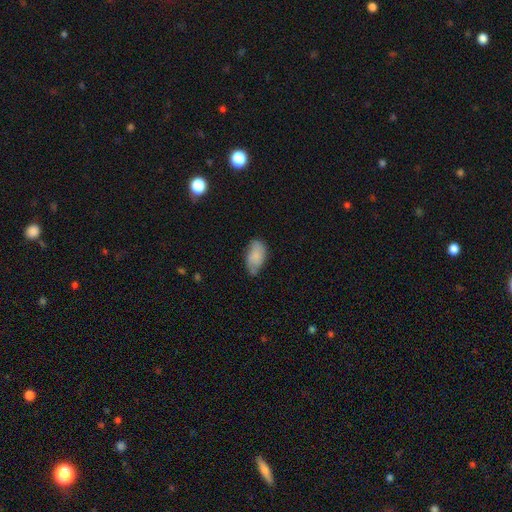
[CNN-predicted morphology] smooth-or-featured: smooth: 78% | featured or disk: 15% | star or artifact: 7%
  how-rounded: in between: 94% | round: 4% | cigar-shaped: 2%
  merging: none: 56% | minor disturbance: 35% | major disturbance: 7% | merger: 2%